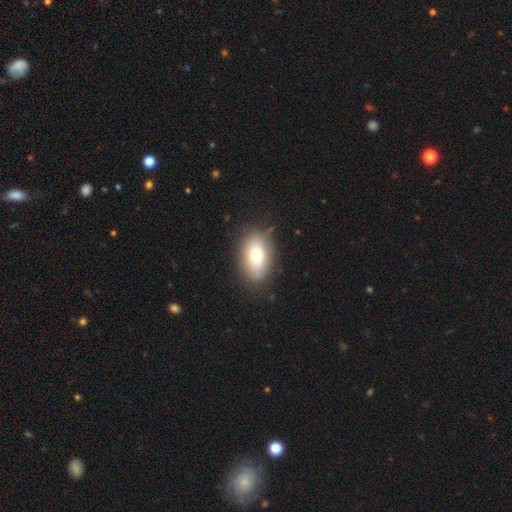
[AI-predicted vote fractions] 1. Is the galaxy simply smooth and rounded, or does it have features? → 73% smooth, 19% featured or disk, 8% star or artifact.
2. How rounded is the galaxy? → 87% in between, 11% round, 2% cigar-shaped.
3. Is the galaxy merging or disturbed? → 82% none, 13% minor disturbance, 4% major disturbance, 1% merger.